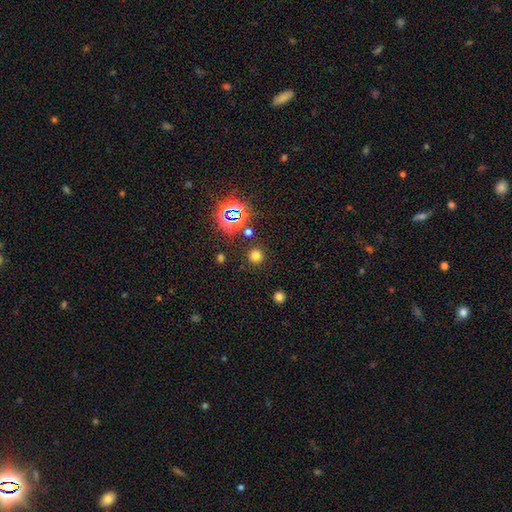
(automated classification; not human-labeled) The model was most divided on "smooth or featured": smooth: 68%, star or artifact: 26%, featured or disk: 6%. More confident: how rounded — round (93%); merging — none (87%).